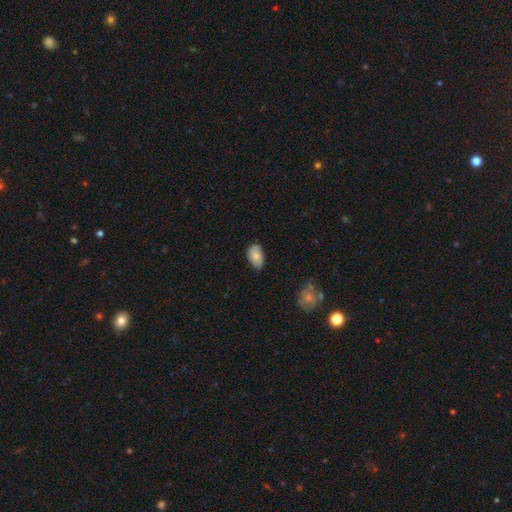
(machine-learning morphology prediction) This appears to be a smooth galaxy with no disk features (74%) that is in between round and cigar-shaped (91%). Merging: none (64%).